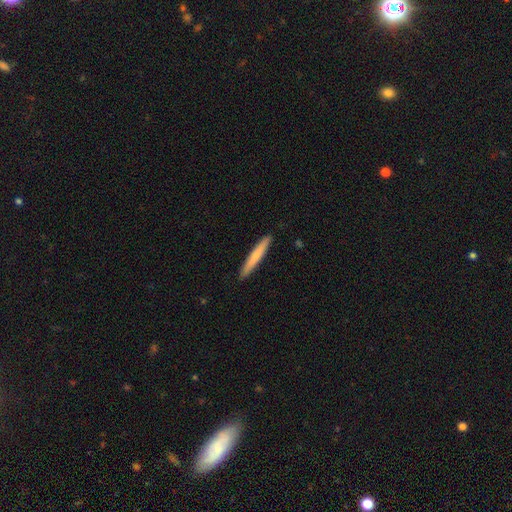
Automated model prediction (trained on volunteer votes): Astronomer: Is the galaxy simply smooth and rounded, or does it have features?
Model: smooth — 69%.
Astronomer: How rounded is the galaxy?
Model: cigar-shaped — 96%.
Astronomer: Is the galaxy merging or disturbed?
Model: none — 92%.